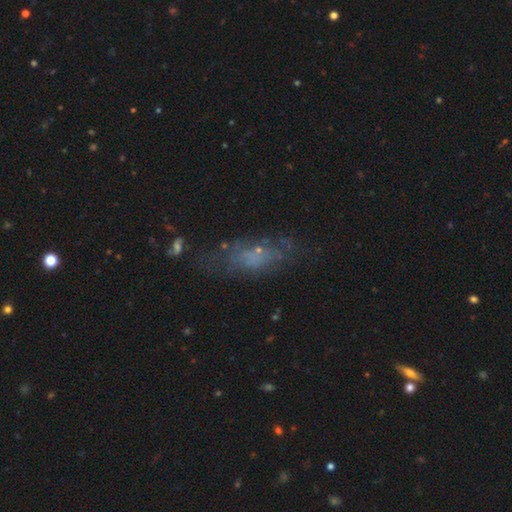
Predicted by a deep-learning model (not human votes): Smooth or featured?
  - smooth: 42% *
  - featured or disk: 40%
  - star or artifact: 18%
Merging?
  - none: 56% *
  - minor disturbance: 22%
  - major disturbance: 17%
  - merger: 4%